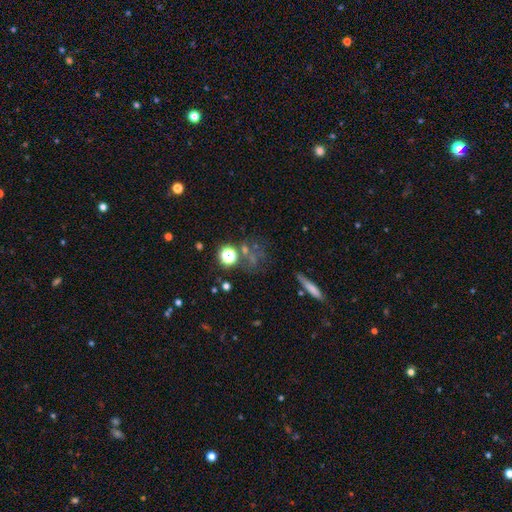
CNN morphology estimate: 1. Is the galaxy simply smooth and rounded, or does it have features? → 47% star or artifact, 33% smooth, 20% featured or disk.